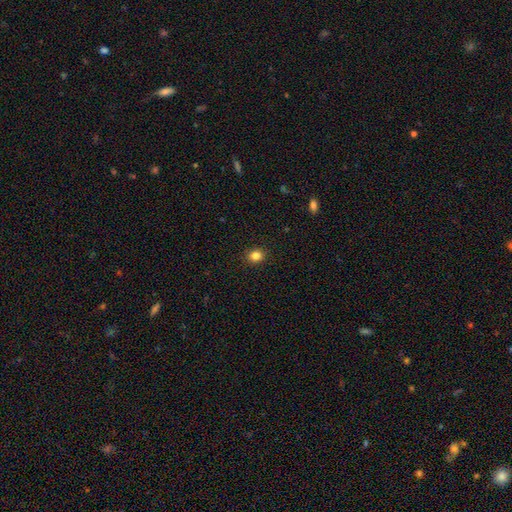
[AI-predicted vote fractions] Q: Smooth or featured?
A: smooth (84%); runner-up: star or artifact (12%)
Q: How rounded?
A: round (70%); runner-up: in between (29%)
Q: Merging?
A: none (91%); runner-up: minor disturbance (6%)